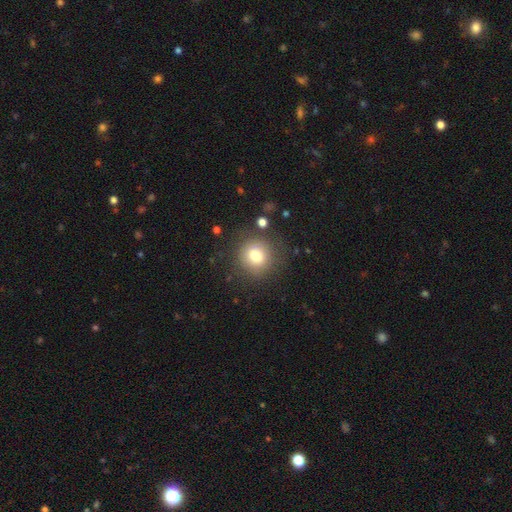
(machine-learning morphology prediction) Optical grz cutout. It shows a smooth galaxy with no disk features (77%) that is round (89%). Merging: none (81%).